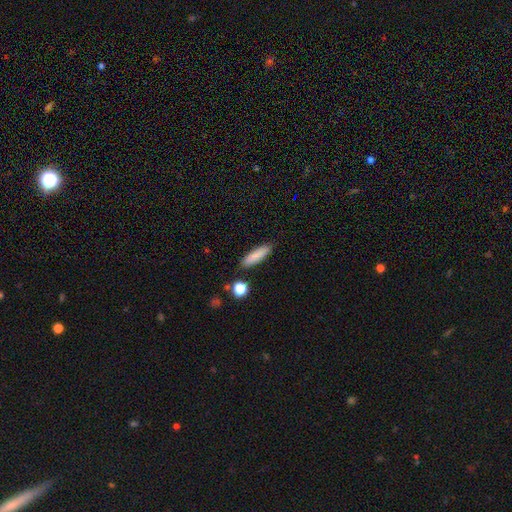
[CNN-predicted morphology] Smooth or featured: smooth — 84% (featured or disk — 9%)
How rounded: cigar-shaped — 67% (in between — 31%)
Merging: none — 87% (minor disturbance — 9%)